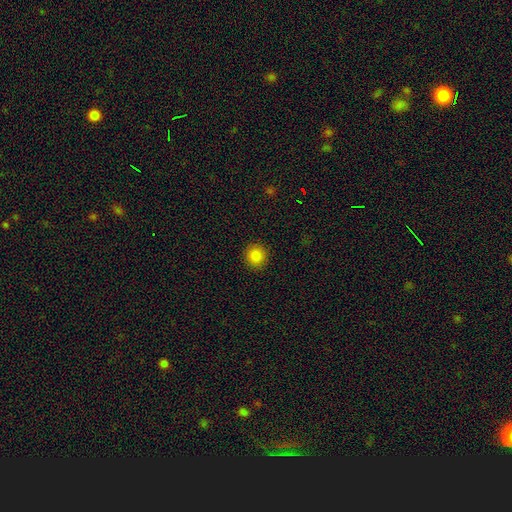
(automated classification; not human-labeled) Smooth or featured? Predicted: smooth (p=0.85). How rounded? Predicted: round (p=0.89). Merging? Predicted: none (p=0.91).